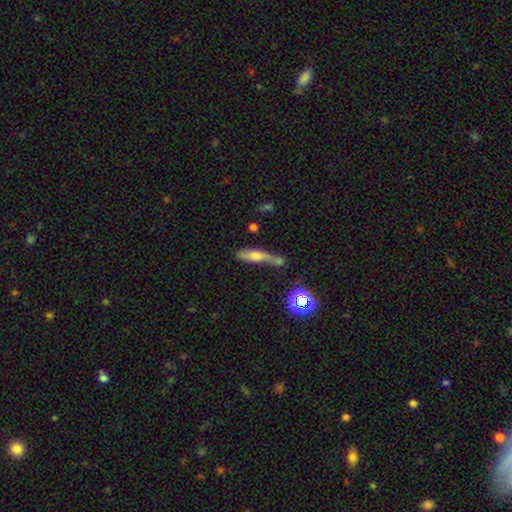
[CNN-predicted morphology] Smooth or featured?
  - smooth: 55% *
  - featured or disk: 32%
  - star or artifact: 12%
How rounded?
  - cigar-shaped: 69% *
  - in between: 27%
  - round: 4%
Merging?
  - none: 41% *
  - merger: 30%
  - minor disturbance: 19%
  - major disturbance: 10%